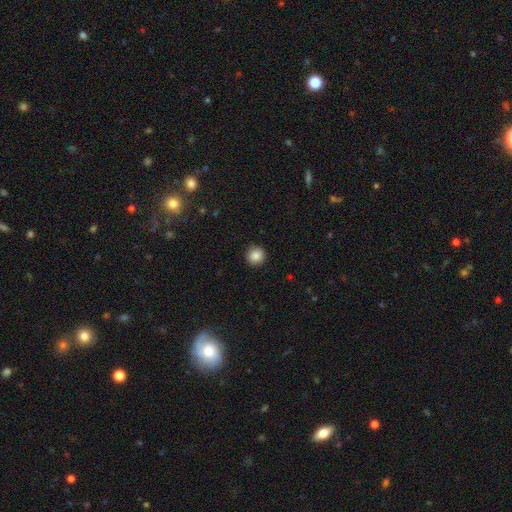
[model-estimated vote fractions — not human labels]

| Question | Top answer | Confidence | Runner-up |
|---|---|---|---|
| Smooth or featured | smooth | 87% | star or artifact (9%) |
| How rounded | round | 94% | in between (5%) |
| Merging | none | 90% | minor disturbance (7%) |